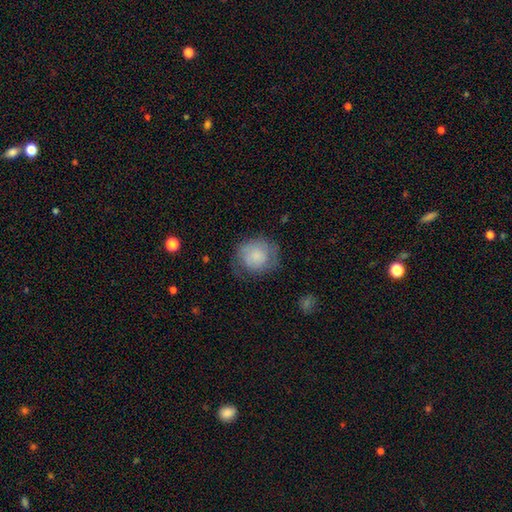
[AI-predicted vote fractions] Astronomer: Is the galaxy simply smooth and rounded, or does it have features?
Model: smooth — 61%.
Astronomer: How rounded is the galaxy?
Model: round — 83%.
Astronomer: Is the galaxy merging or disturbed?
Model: none — 61%.